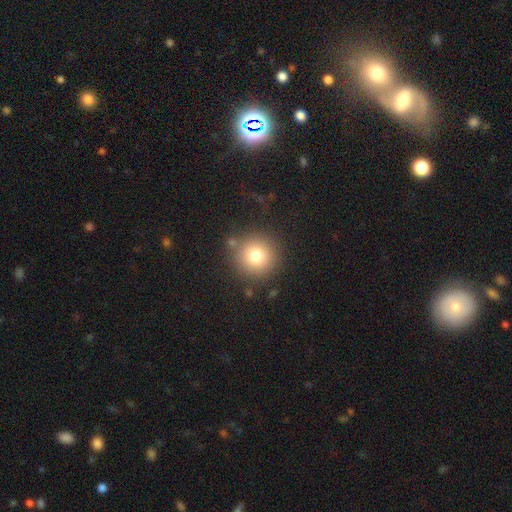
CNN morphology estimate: A smooth galaxy with no disk features (78%) that is round (95%). Merging: none (84%).